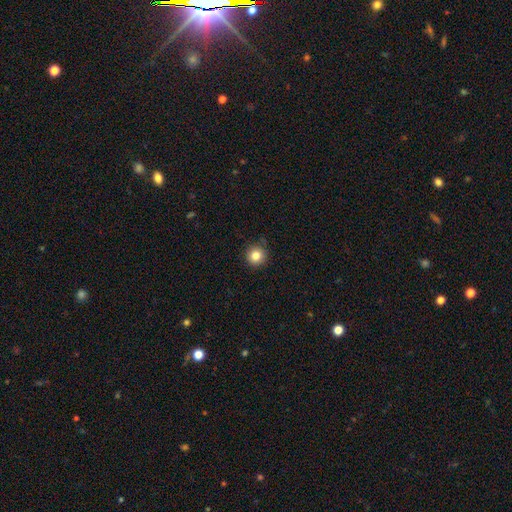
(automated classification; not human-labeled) Morphology: type=smooth (83%); roundness=round (95%); merging=none (90%).